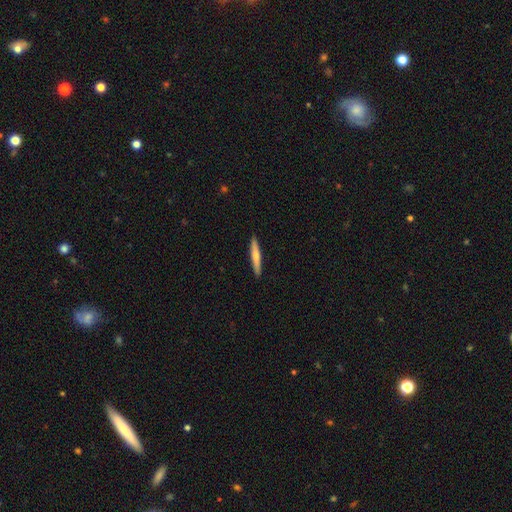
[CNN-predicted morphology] smooth_or_featured: smooth (p=0.63) [alt: featured or disk p=0.32]
how_rounded: cigar-shaped (p=0.94) [alt: in between p=0.05]
merging: none (p=0.92) [alt: minor disturbance p=0.06]